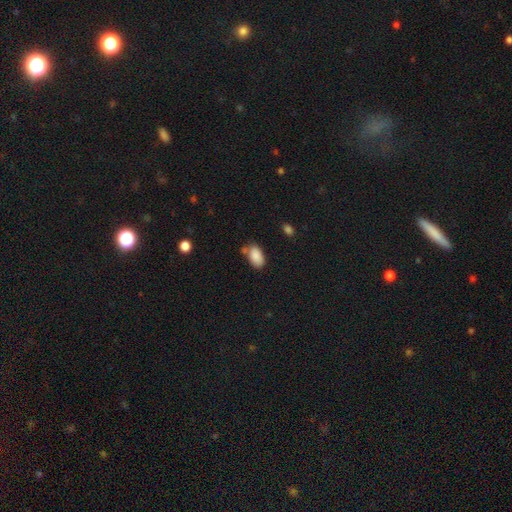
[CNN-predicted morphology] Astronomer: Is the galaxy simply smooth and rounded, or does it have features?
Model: smooth — 87%.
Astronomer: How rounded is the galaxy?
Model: in between — 93%.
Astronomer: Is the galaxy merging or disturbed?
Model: none — 59%.